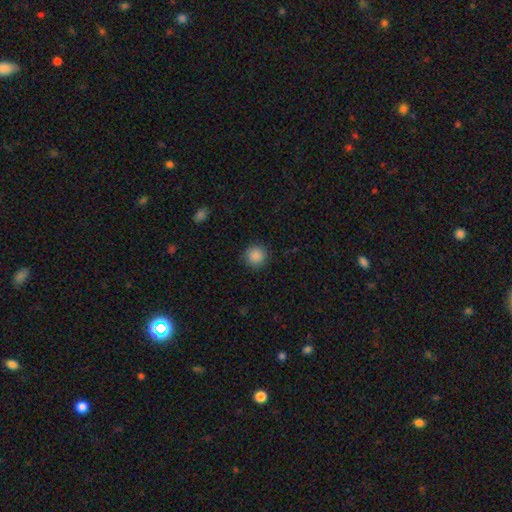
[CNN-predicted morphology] This appears to be a smooth galaxy with no disk features (88%) that is round (94%). Merging: none (90%).